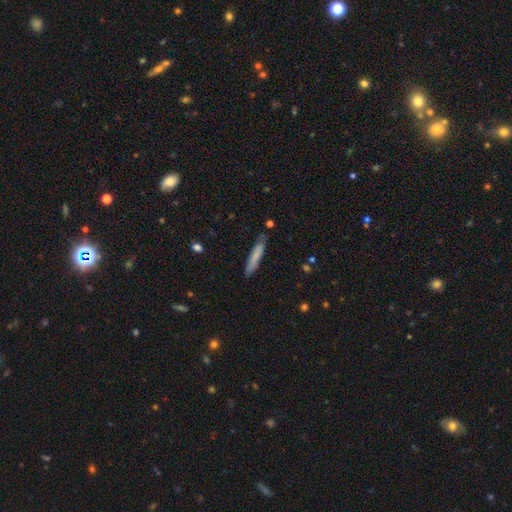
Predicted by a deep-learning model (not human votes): Smooth or featured? smooth (74%)
How rounded? cigar-shaped (92%)
Merging? none (81%)